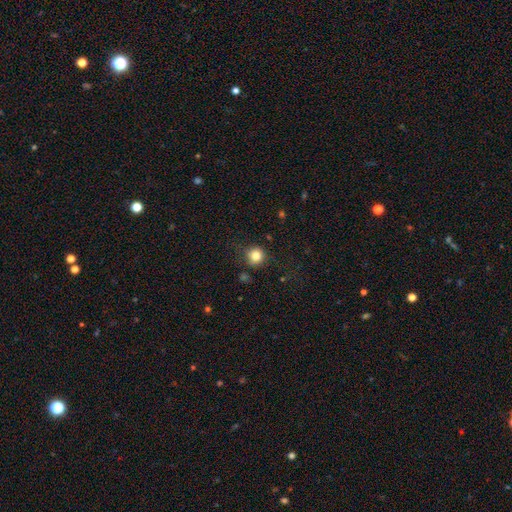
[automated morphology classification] Q: Smooth or featured?
A: smooth (83%); runner-up: star or artifact (11%)
Q: How rounded?
A: round (91%); runner-up: in between (8%)
Q: Merging?
A: none (82%); runner-up: minor disturbance (12%)